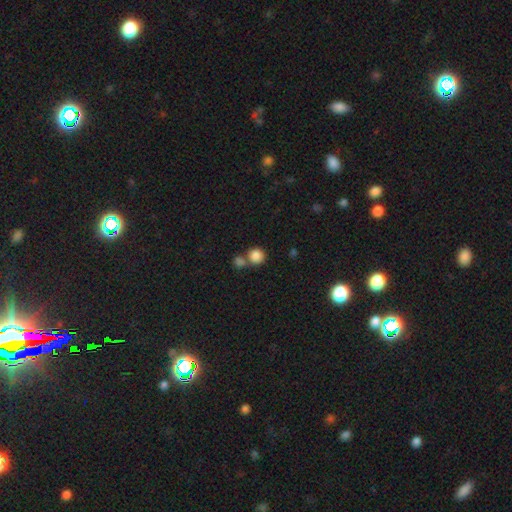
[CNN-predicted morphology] Smooth or featured?
  - smooth: 85% *
  - star or artifact: 10%
  - featured or disk: 6%
How rounded?
  - round: 89% *
  - in between: 10%
  - cigar-shaped: 1%
Merging?
  - none: 53% *
  - merger: 36%
  - minor disturbance: 8%
  - major disturbance: 3%